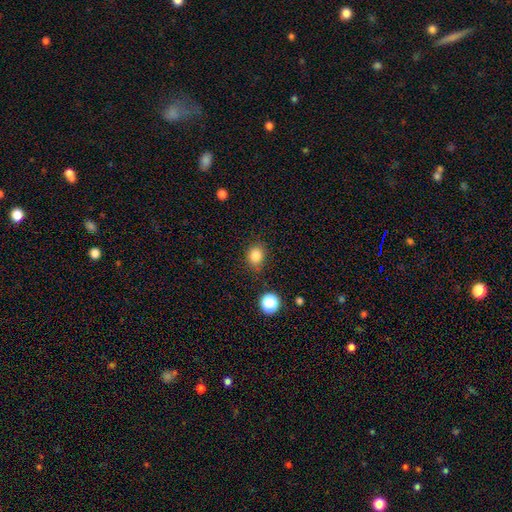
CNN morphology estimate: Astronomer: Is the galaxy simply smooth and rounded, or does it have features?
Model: smooth — 83%.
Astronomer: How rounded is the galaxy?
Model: round — 60% (runner-up: in between, 40%).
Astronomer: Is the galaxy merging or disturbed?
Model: none — 80%.